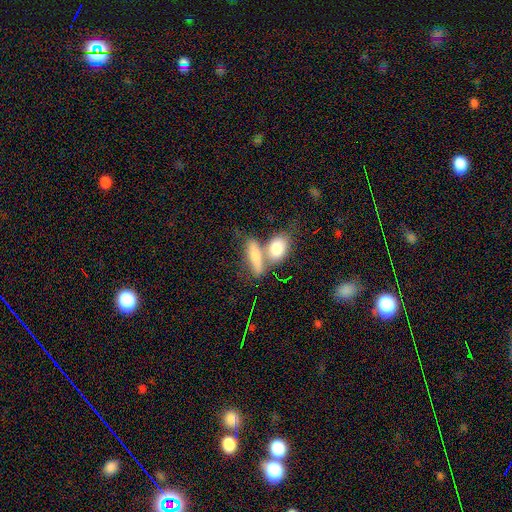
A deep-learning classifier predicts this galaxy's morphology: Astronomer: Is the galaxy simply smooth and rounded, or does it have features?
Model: smooth — 72%.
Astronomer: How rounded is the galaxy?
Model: in between — 60%.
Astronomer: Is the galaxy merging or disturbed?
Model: merger — 46% (runner-up: none, 38%).